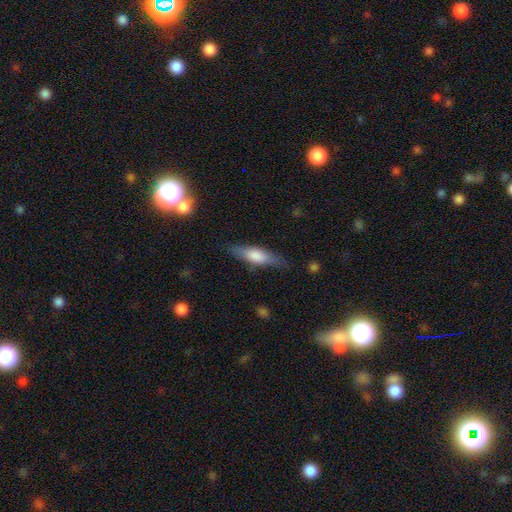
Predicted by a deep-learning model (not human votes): smooth_or_featured: smooth (p=0.68) [alt: featured or disk p=0.26]
how_rounded: cigar-shaped (p=0.54) [alt: in between p=0.44]
merging: none (p=0.76) [alt: minor disturbance p=0.18]